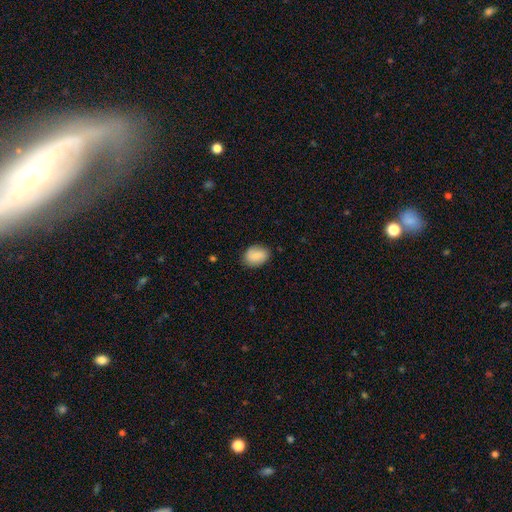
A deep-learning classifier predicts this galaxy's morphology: Smooth or featured: smooth — 87% (star or artifact — 7%)
How rounded: in between — 73% (round — 26%)
Merging: none — 82% (minor disturbance — 14%)